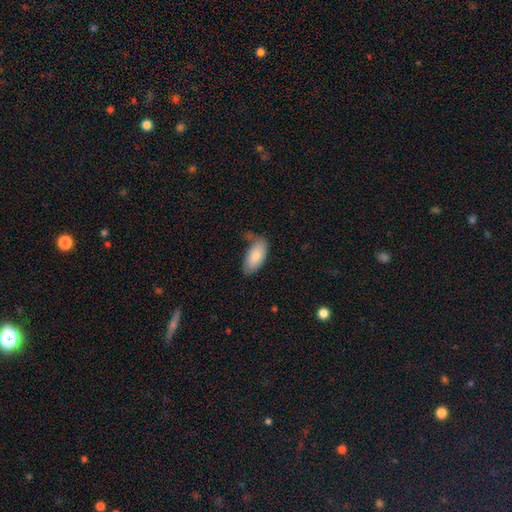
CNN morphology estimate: This is clearly a smooth galaxy (82%). How rounded: clearly in between (93%). Merging: possibly none (54%).